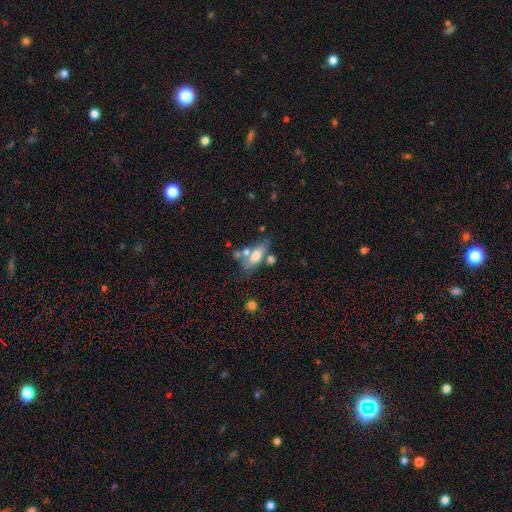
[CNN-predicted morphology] smooth-or-featured: smooth: 60% | featured or disk: 32% | star or artifact: 8%
  how-rounded: in between: 77% | cigar-shaped: 19% | round: 4%
  merging: none: 45% | merger: 27% | minor disturbance: 18% | major disturbance: 10%